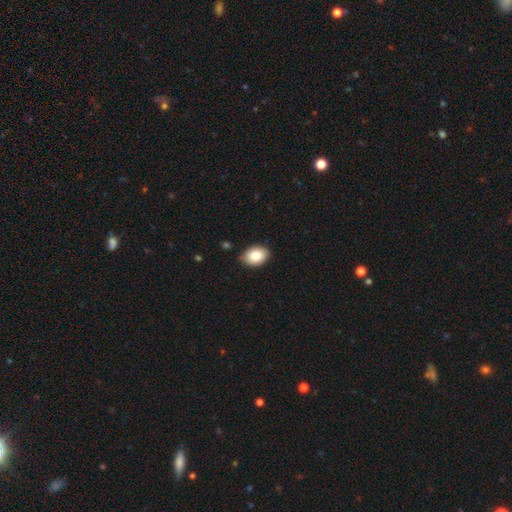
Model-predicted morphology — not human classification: type=smooth (83%); roundness=in between (76%); merging=none (86%).